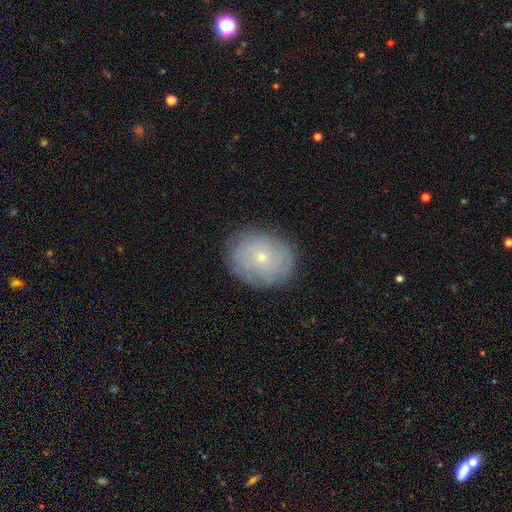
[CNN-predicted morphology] The model was most divided on "smooth or featured": smooth: 52%, featured or disk: 35%, star or artifact: 14%. More confident: merging — none (85%); how rounded — round (60%).